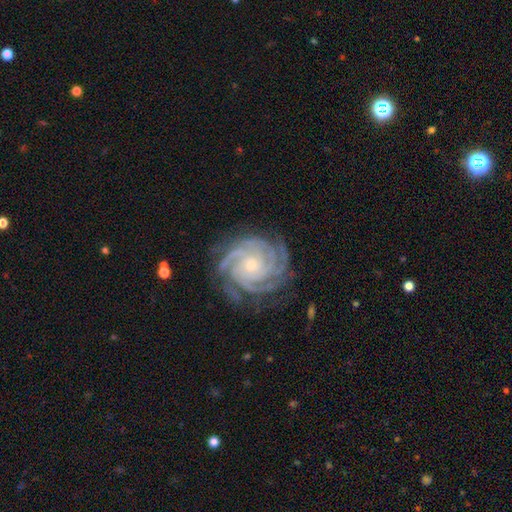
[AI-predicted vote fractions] Q: Smooth or featured?
A: featured or disk (82%); runner-up: star or artifact (11%)
Q: Edge-on disk?
A: no (97%); runner-up: yes (3%)
Q: Bar?
A: no (73%); runner-up: weak (19%)
Q: Spiral arms?
A: yes (98%); runner-up: no (2%)
Q: Spiral winding?
A: tight (81%); runner-up: medium (16%)
Q: Spiral arm count?
A: 4 (23%); runner-up: 3 (22%)
Q: Bulge size?
A: small (61%); runner-up: moderate (35%)
Q: Merging?
A: none (80%); runner-up: minor disturbance (13%)